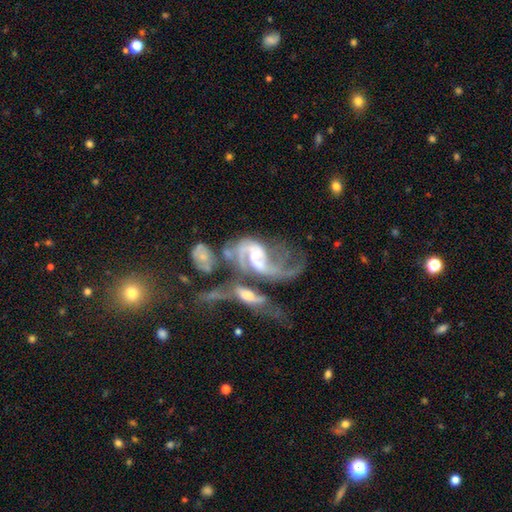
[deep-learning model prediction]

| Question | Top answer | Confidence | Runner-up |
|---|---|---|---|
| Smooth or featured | featured or disk | 87% | smooth (7%) |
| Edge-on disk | no | 96% | yes (4%) |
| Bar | no | 52% | weak (35%) |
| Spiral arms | yes | 93% | no (7%) |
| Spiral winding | medium | 40% | loose (39%) |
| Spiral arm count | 2 | 62% | can't tell (15%) |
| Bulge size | moderate | 53% | small (36%) |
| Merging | merger | 65% | major disturbance (21%) |